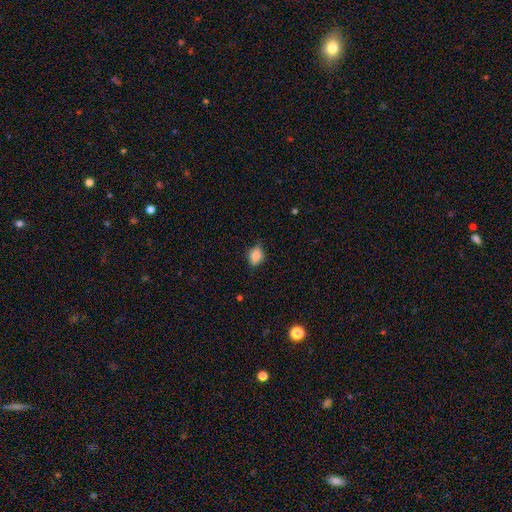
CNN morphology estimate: Overall: smooth (84%). How rounded: in between (64%; round 34%). Merging: none (67%).